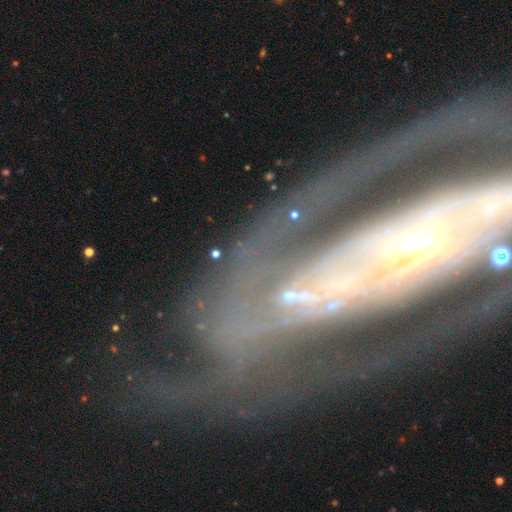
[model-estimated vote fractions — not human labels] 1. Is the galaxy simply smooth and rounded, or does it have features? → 85% featured or disk, 8% smooth, 7% star or artifact.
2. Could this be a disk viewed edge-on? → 92% no, 8% yes.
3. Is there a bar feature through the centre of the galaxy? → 40% strong, 33% no, 27% weak.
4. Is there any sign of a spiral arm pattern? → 84% yes, 16% no.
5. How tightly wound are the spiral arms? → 43% tight, 38% medium, 19% loose.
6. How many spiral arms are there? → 61% 2, 17% can't tell, 7% 3, 6% 1, 5% 4, 4% more than 4.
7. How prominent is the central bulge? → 52% small, 37% moderate, 7% large, 3% none, 2% dominant.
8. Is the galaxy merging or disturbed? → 57% none, 22% major disturbance, 16% minor disturbance, 6% merger.